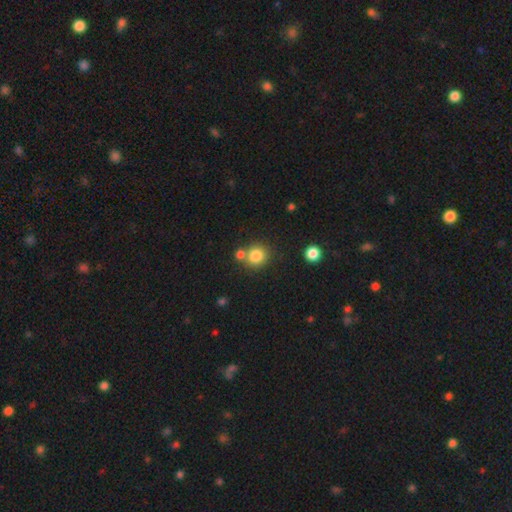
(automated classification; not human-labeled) Morphology: type=smooth (82%); roundness=round (89%); merging=none (66%).